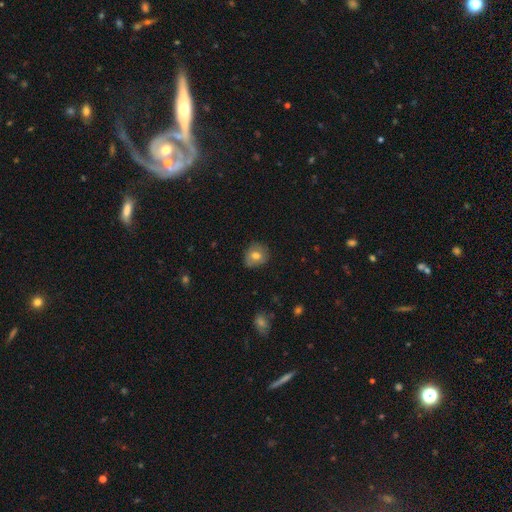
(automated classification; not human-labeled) Smooth or featured? Predicted: smooth (p=0.74). How rounded? Predicted: round (p=0.75). Merging? Predicted: none (p=0.79).